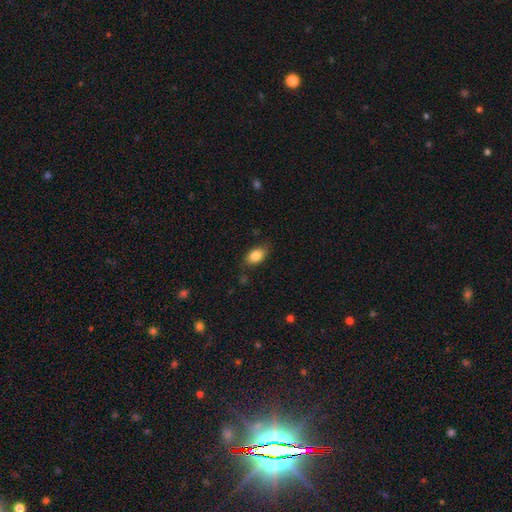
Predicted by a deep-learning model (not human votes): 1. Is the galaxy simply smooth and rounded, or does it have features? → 85% smooth, 8% featured or disk, 8% star or artifact.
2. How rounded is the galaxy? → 87% in between, 11% round, 2% cigar-shaped.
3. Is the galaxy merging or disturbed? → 78% none, 17% minor disturbance, 4% major disturbance, 1% merger.